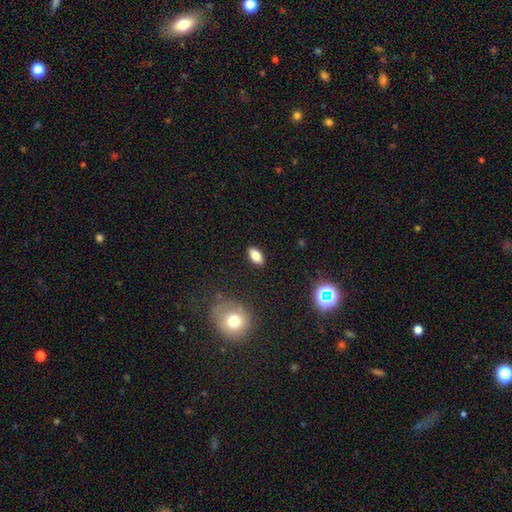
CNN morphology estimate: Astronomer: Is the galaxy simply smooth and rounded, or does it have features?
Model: smooth — 77%.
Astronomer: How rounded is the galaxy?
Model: in between — 87%.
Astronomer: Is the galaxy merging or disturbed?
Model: none — 88%.